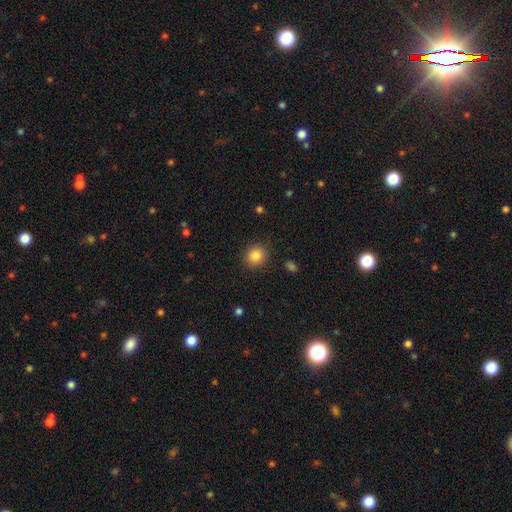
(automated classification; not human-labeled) A smooth galaxy with no disk features (85%) that is round (84%).

Vote fractions:
- Smooth or featured? smooth: 85% / star or artifact: 10% / featured or disk: 5%
- How rounded? round: 84% / in between: 15% / cigar-shaped: 1%
- Merging? none: 89% / minor disturbance: 7% / major disturbance: 3% / merger: 1%